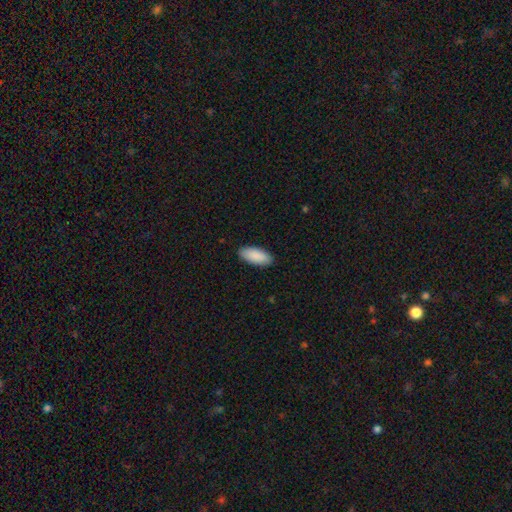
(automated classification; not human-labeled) Smooth or featured?
  - smooth: 91% *
  - star or artifact: 5%
  - featured or disk: 4%
How rounded?
  - in between: 88% *
  - cigar-shaped: 11%
  - round: 2%
Merging?
  - none: 89% *
  - minor disturbance: 8%
  - major disturbance: 2%
  - merger: 1%